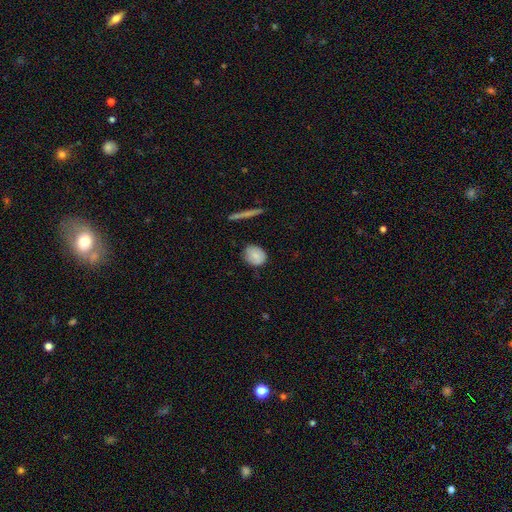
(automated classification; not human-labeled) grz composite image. It shows a smooth galaxy with no disk features (78%) that is round (59%). Merging: none (74%).